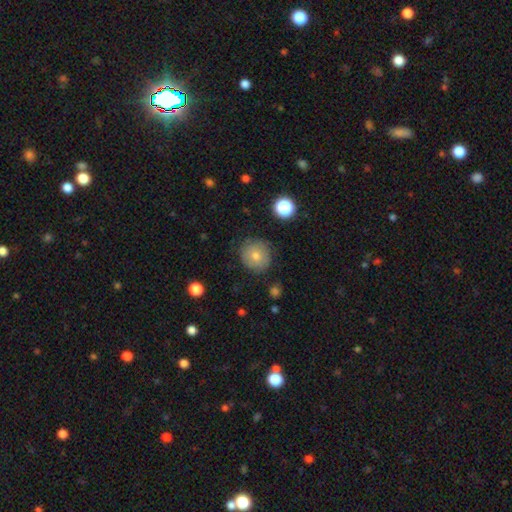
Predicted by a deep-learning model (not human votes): smooth-or-featured: smooth: 65% | featured or disk: 22% | star or artifact: 13%
  how-rounded: round: 92% | in between: 7% | cigar-shaped: 1%
  merging: none: 85% | minor disturbance: 11% | major disturbance: 3% | merger: 1%